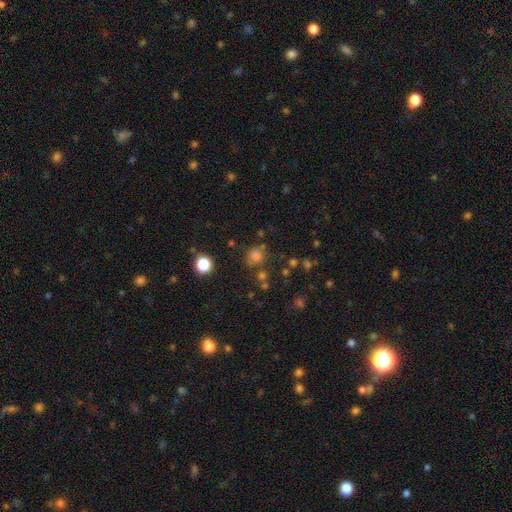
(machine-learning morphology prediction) smooth 69%, star or artifact 23%, featured or disk 7%. Down the decision tree: how rounded — round (76%); merging — none (67%).